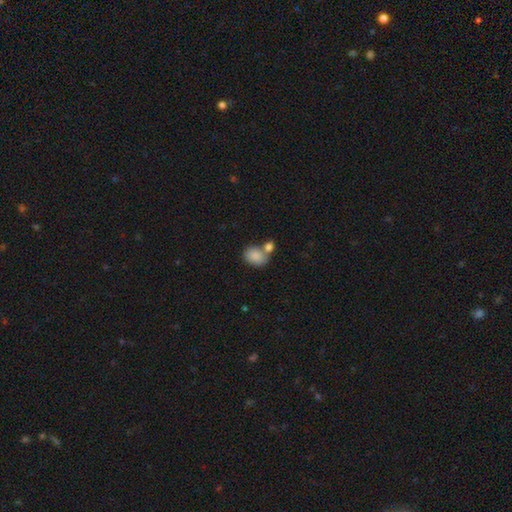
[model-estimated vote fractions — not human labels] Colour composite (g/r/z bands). It shows a smooth galaxy with no disk features (85%) that is in between round and cigar-shaped (64%). Merging: none (45%).